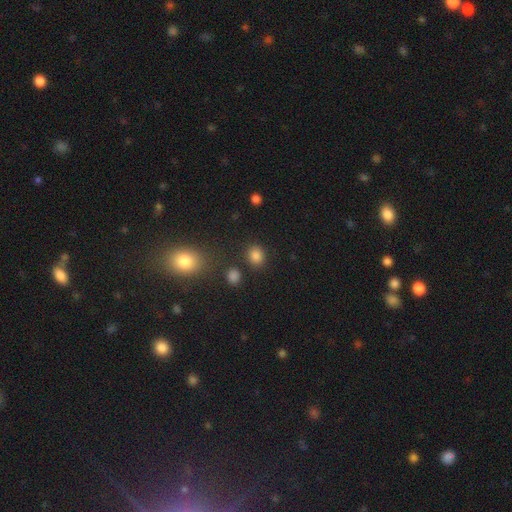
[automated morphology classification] Smooth or featured: smooth — 83% (star or artifact — 13%)
How rounded: round — 68% (in between — 31%)
Merging: none — 83% (minor disturbance — 9%)